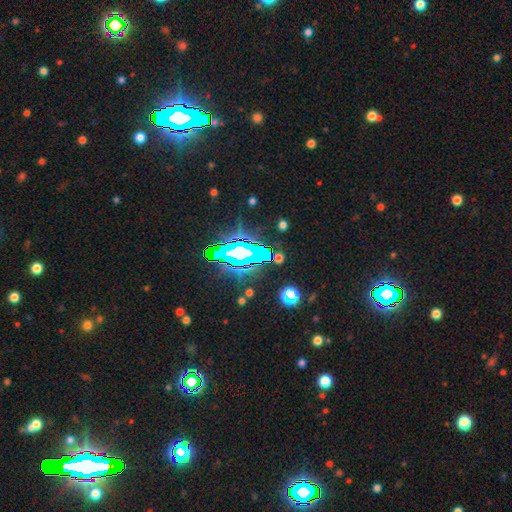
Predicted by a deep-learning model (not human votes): Morphology: type=star or artifact (71%).